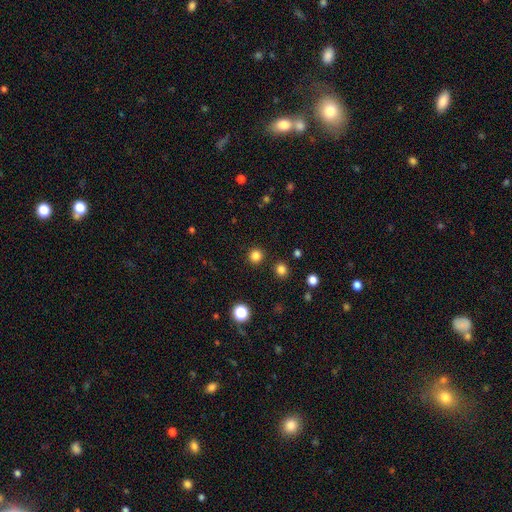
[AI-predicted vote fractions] This appears to be a smooth galaxy with no disk features (82%) that is round (94%). Merging: none (91%).